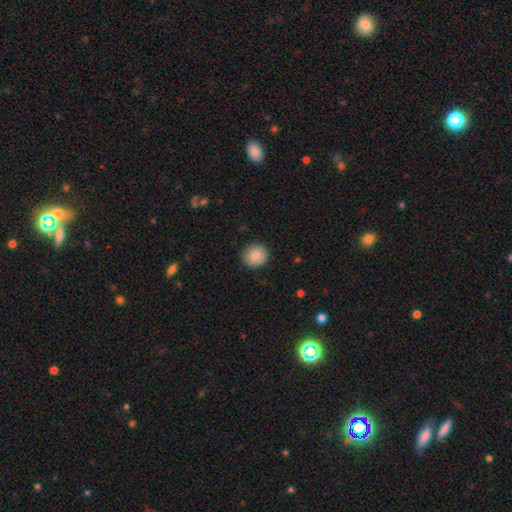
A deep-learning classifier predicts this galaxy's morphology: smooth 87%, star or artifact 8%, featured or disk 5%. Down the decision tree: how rounded — round (92%); merging — none (90%).